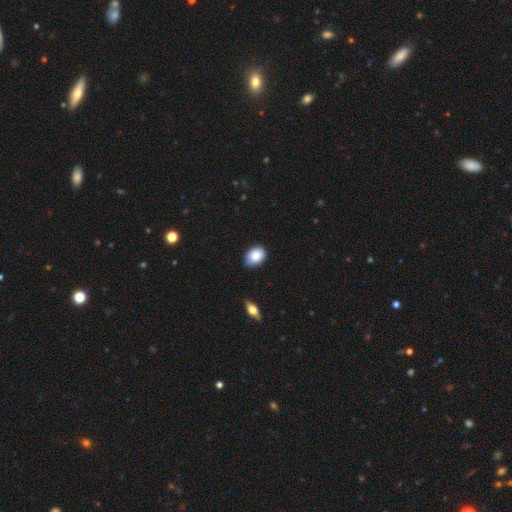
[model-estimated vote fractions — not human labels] A smooth galaxy with no disk features (86%) that is in between round and cigar-shaped (74%). Merging: none (78%).